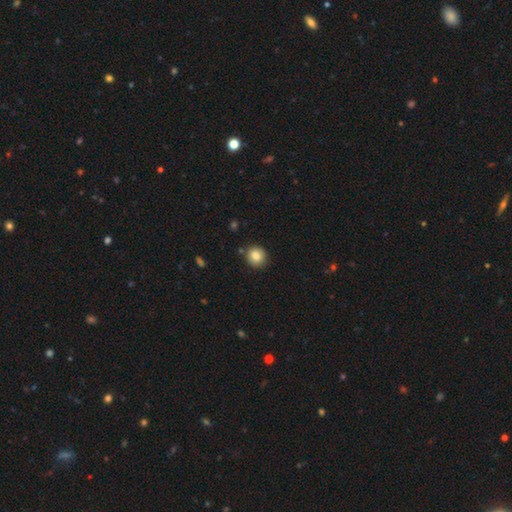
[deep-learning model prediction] This appears to be a smooth galaxy with no disk features (84%) that is round (90%). Merging: none (86%).